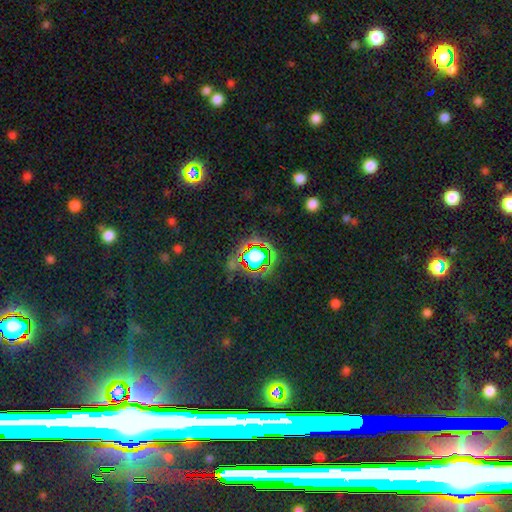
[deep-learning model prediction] Smooth or featured?
  - star or artifact: 77% *
  - smooth: 15%
  - featured or disk: 8%